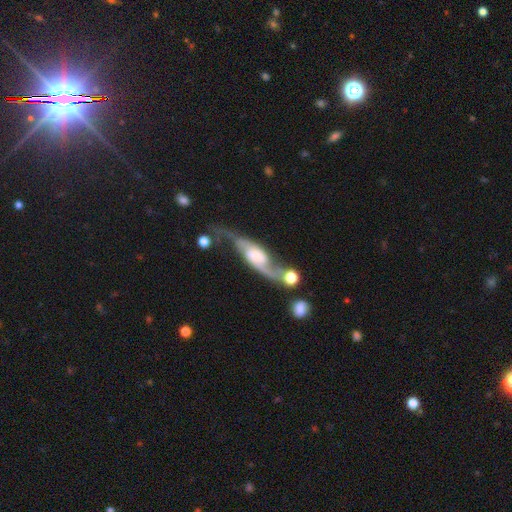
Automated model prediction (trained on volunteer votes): Smooth or featured: featured or disk — 86% (smooth — 9%)
Edge-on disk: no — 86% (yes — 14%)
Bar: no — 47% (weak — 37%)
Spiral arms: yes — 96% (no — 4%)
Spiral winding: loose — 66% (medium — 27%)
Spiral arm count: 2 — 91% (1 — 3%)
Bulge size: moderate — 36% (small — 32%)
Merging: none — 49% (minor disturbance — 19%)